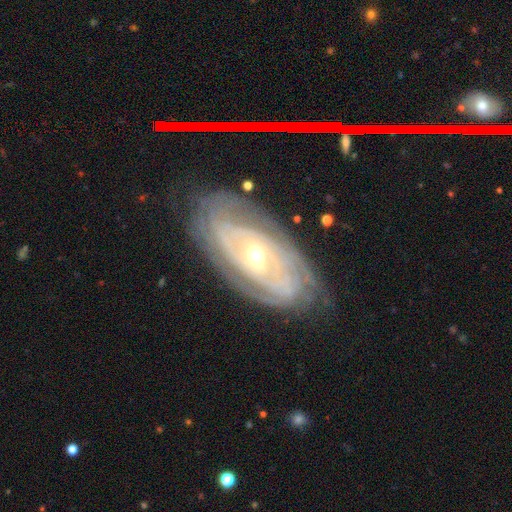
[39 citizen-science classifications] A featured or disk galaxy (90%) with a weak bar (52%), tight (85%) spiral arms (100%) and a moderate central bulge (64%).

Vote fractions:
- Smooth or featured? featured or disk: 90% / smooth: 8% / star or artifact: 3%
- Edge-on disk? no: 94% / yes: 6%
- Bar? weak: 52% / no: 36% / strong: 12%
- Spiral arms? yes: 100% / no: 0%
- Spiral winding? tight: 85% / loose: 9% / medium: 6%
- Spiral arm count? can't tell: 52% / 3: 21% / 2: 15% / more than 4: 9% / 1: 3% / 4: 0%
- Bulge size? moderate: 64% / small: 33% / large: 3% / dominant: 0% / none: 0%
- Merging? none: 71% / minor disturbance: 21% / major disturbance: 8% / merger: 0%